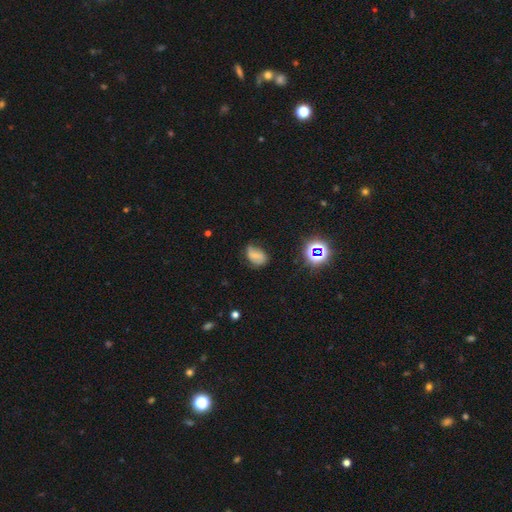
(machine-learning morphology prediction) type=smooth (42%, tied with featured or disk); merging=none (54%).